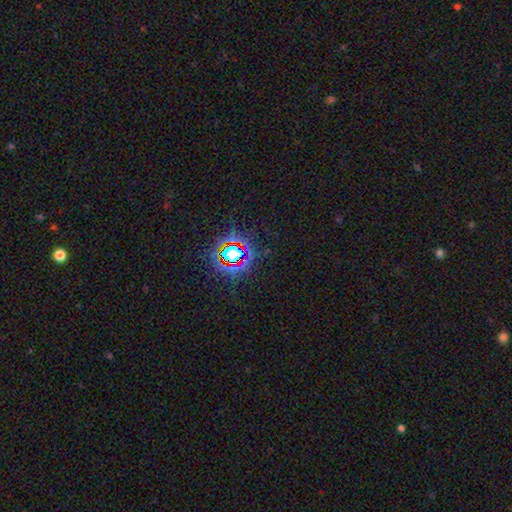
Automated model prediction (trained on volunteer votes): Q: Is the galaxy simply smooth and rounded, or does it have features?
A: star or artifact — 79%.